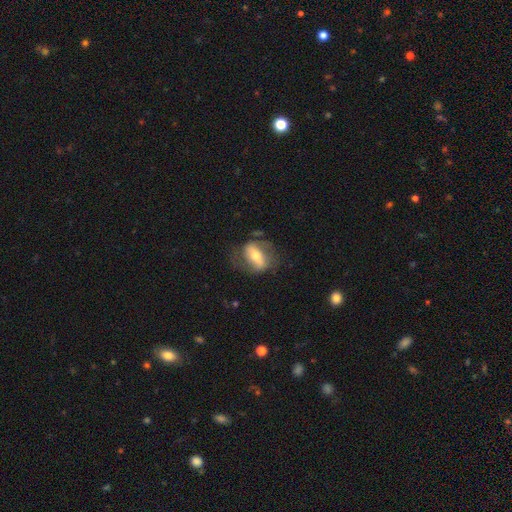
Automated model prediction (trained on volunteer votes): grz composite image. It shows a featured or disk galaxy (60%) with a strong bar (57%), spiral arms (58%) and a moderate central bulge (64%). Merging: none (60%).